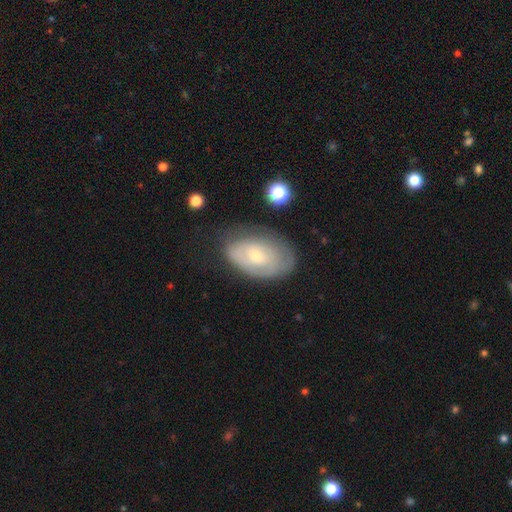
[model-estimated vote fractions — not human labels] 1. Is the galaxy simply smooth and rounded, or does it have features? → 54% featured or disk, 39% smooth, 7% star or artifact.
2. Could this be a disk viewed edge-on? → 93% no, 7% yes.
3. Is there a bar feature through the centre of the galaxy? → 74% no, 21% weak, 4% strong.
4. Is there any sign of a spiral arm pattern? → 53% yes, 47% no.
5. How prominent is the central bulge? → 63% small, 34% moderate, 2% large, 1% none, 1% dominant.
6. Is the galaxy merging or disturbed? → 61% none, 26% minor disturbance, 11% major disturbance, 2% merger.